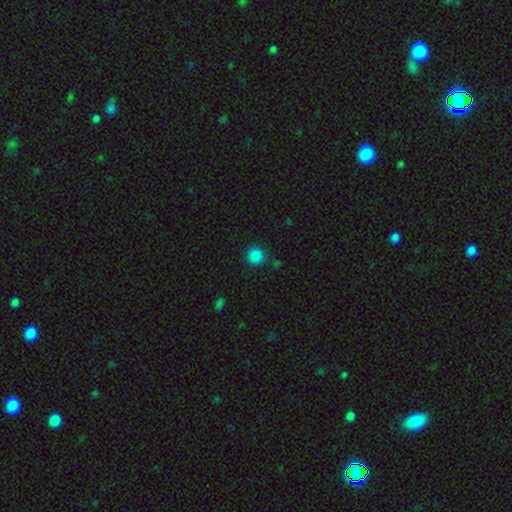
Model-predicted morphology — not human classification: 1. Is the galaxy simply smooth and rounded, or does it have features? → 86% smooth, 11% star or artifact, 3% featured or disk.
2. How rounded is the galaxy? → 93% round, 6% in between, 1% cigar-shaped.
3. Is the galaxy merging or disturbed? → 89% none, 7% minor disturbance, 2% major disturbance, 2% merger.